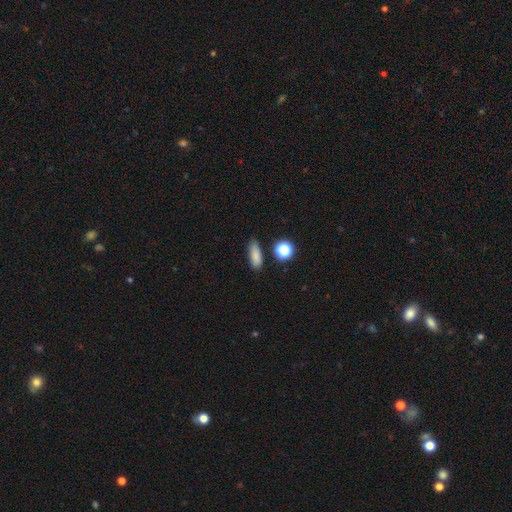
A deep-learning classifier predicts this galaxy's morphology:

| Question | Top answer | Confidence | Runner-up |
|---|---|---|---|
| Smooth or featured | smooth | 82% | star or artifact (12%) |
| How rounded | in between | 62% | cigar-shaped (30%) |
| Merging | none | 80% | minor disturbance (13%) |